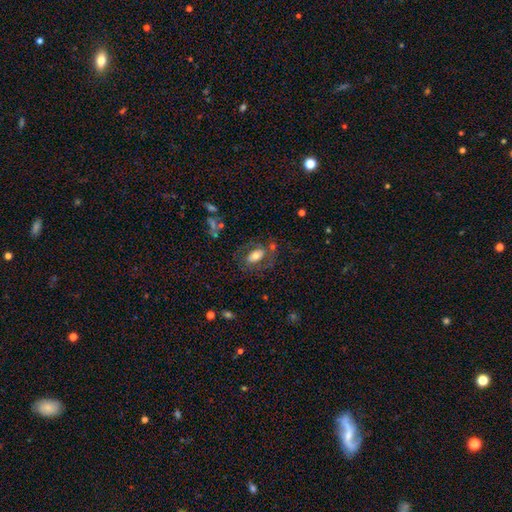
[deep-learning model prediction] Morphology: type=smooth (54%); roundness=in between (87%); merging=none (62%).